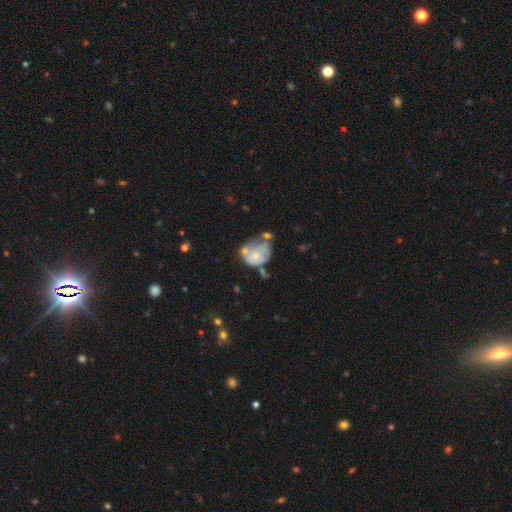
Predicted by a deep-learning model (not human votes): This appears to be a smooth galaxy with no disk features (48%). Merging: minor disturbance (27%).